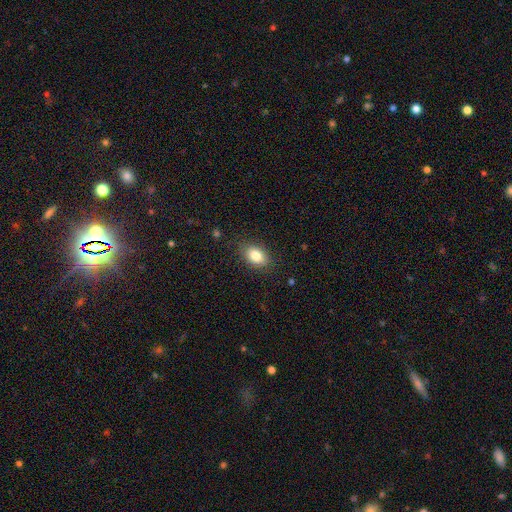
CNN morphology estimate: Smooth or featured: smooth — 84% (star or artifact — 8%)
How rounded: in between — 85% (round — 14%)
Merging: none — 84% (minor disturbance — 12%)